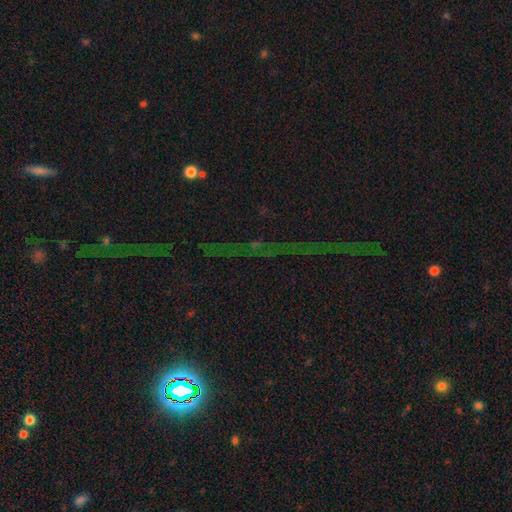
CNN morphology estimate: Smooth or featured: star or artifact — 77% (featured or disk — 13%)